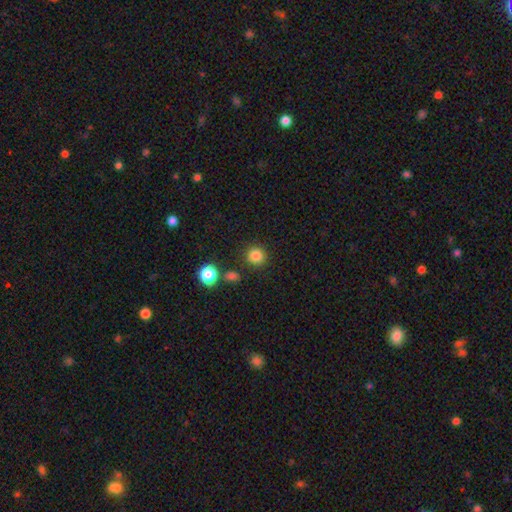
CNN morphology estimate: smooth_or_featured: smooth (p=0.84) [alt: star or artifact p=0.12]
how_rounded: round (p=0.92) [alt: in between p=0.07]
merging: none (p=0.86) [alt: minor disturbance p=0.07]